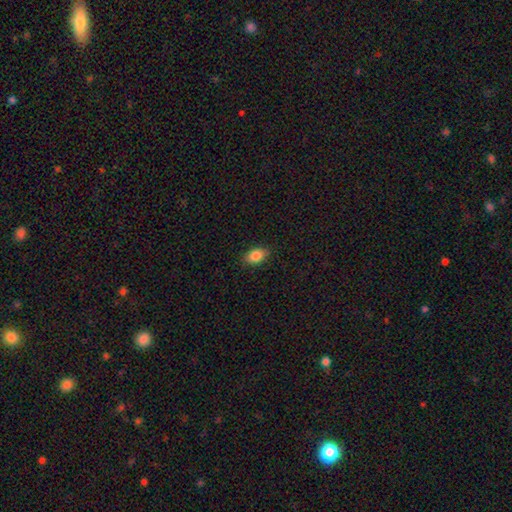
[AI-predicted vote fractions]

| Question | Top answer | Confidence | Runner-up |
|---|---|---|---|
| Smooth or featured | smooth | 85% | star or artifact (8%) |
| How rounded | in between | 86% | round (12%) |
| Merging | none | 86% | minor disturbance (11%) |